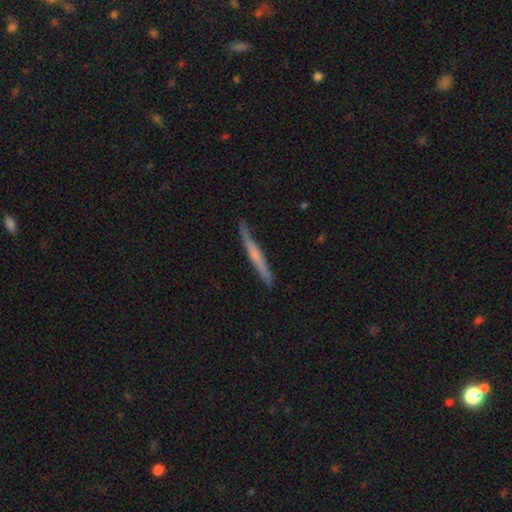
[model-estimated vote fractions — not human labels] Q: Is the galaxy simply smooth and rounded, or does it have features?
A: featured or disk — 55%.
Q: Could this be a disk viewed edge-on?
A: yes — 97%.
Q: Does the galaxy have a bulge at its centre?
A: none — 52%.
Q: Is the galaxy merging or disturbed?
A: none — 86%.